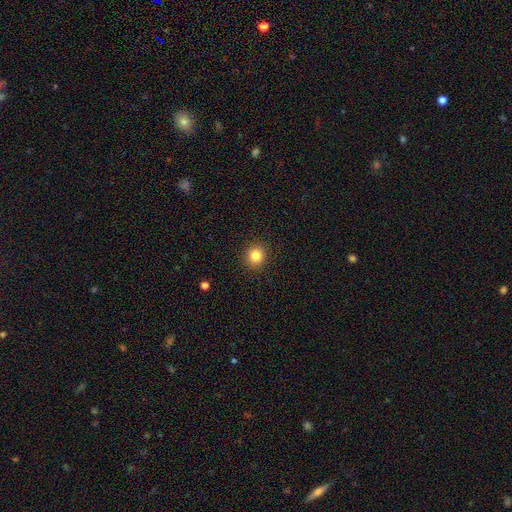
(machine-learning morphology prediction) Smooth or featured? Predicted: smooth (p=0.84). How rounded? Predicted: round (p=0.88). Merging? Predicted: none (p=0.91).